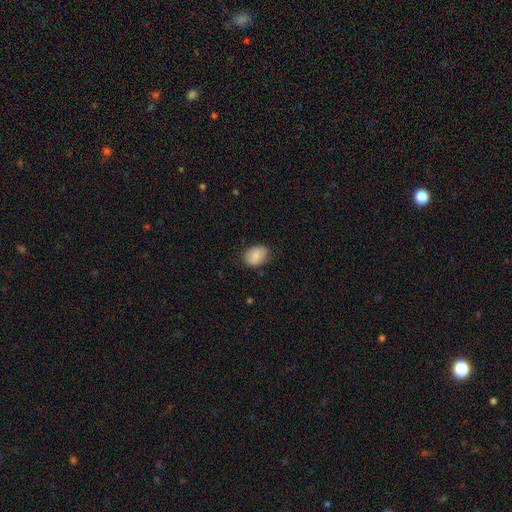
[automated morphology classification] A smooth galaxy with no disk features (84%) that is in between round and cigar-shaped (69%).

Vote fractions:
- Smooth or featured? smooth: 84% / featured or disk: 9% / star or artifact: 7%
- How rounded? in between: 69% / round: 30% / cigar-shaped: 1%
- Merging? none: 77% / minor disturbance: 18% / major disturbance: 4% / merger: 1%